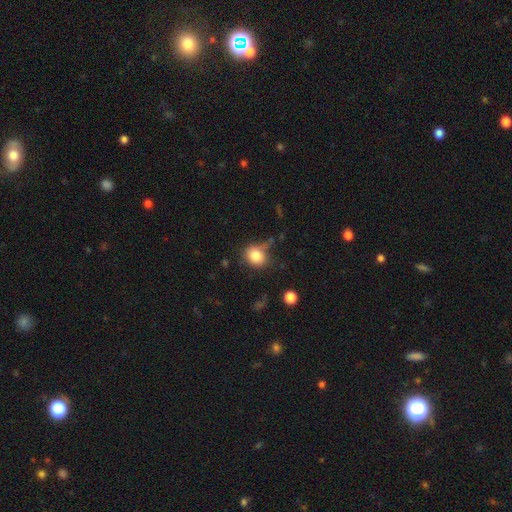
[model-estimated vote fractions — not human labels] A smooth galaxy with no disk features (80%) that is round (71%).

Vote fractions:
- Smooth or featured? smooth: 80% / star or artifact: 11% / featured or disk: 9%
- How rounded? round: 71% / in between: 28% / cigar-shaped: 1%
- Merging? none: 61% / minor disturbance: 23% / major disturbance: 10% / merger: 6%